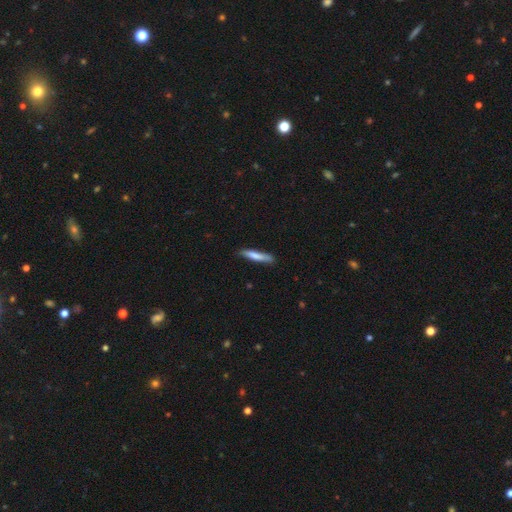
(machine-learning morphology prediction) This is likely a smooth galaxy (76%). How rounded: clearly cigar-shaped (90%). Merging: clearly none (81%).